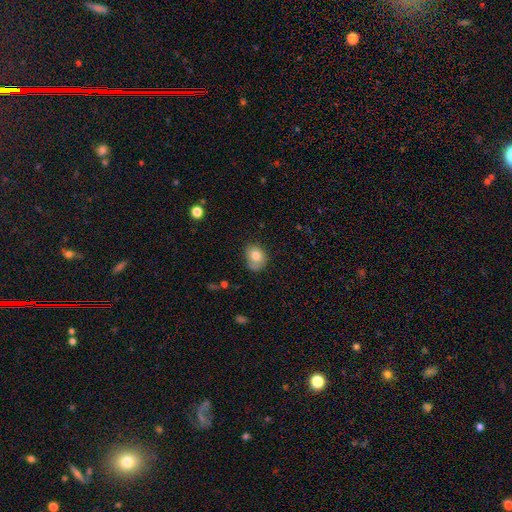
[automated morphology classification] Smooth or featured: smooth — 79% (featured or disk — 13%)
How rounded: in between — 52% (round — 47%)
Merging: none — 58% (minor disturbance — 29%)